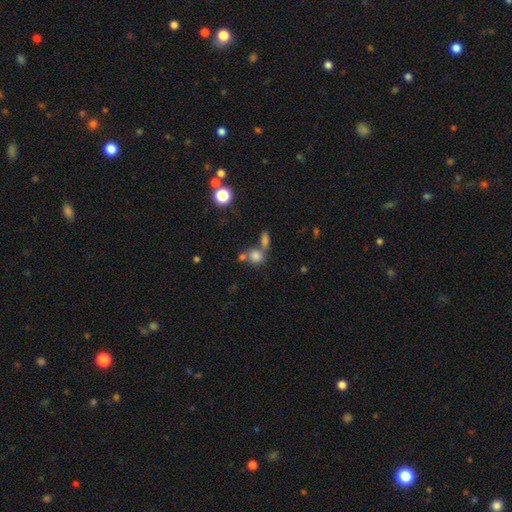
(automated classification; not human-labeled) The model was most divided on "merging": none: 45%, merger: 40%, minor disturbance: 10%, major disturbance: 6%. More confident: smooth or featured — smooth (77%); how rounded — round (72%).